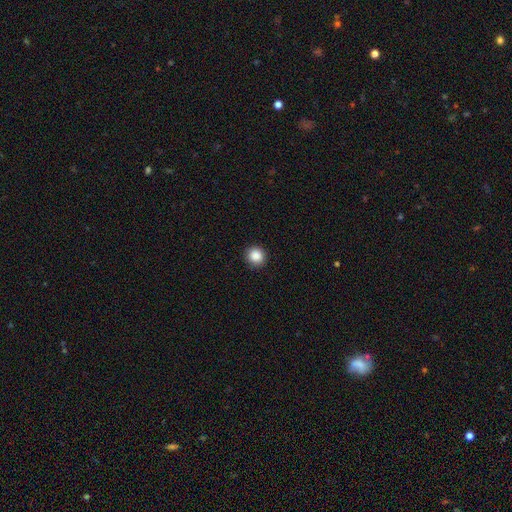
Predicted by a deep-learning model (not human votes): Q: Smooth or featured?
A: smooth (88%); runner-up: star or artifact (9%)
Q: How rounded?
A: round (92%); runner-up: in between (7%)
Q: Merging?
A: none (91%); runner-up: minor disturbance (6%)